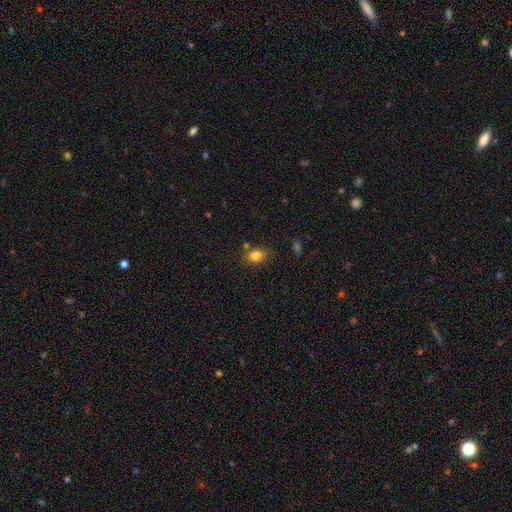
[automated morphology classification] smooth_or_featured: smooth (p=0.82) [alt: star or artifact p=0.11]
how_rounded: in between (p=0.64) [alt: round p=0.35]
merging: none (p=0.71) [alt: minor disturbance p=0.16]